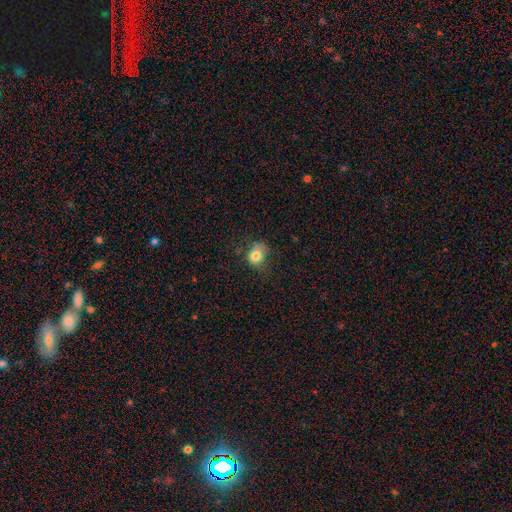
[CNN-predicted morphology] smooth-or-featured: smooth: 80% | star or artifact: 11% | featured or disk: 9%
  how-rounded: round: 52% | in between: 47% | cigar-shaped: 1%
  merging: none: 53% | minor disturbance: 31% | major disturbance: 14% | merger: 2%